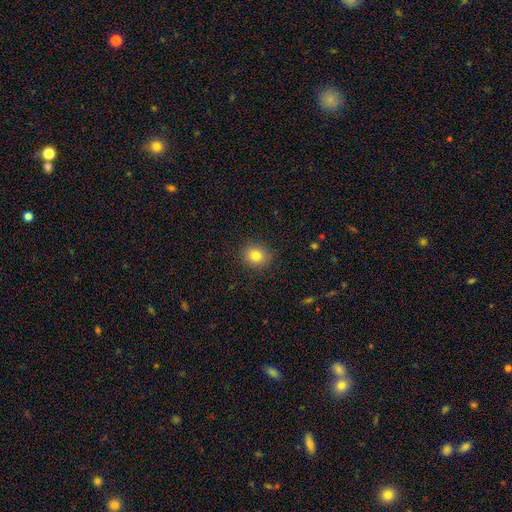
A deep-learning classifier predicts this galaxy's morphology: Smooth or featured? smooth (81%)
How rounded? round (82%)
Merging? none (87%)